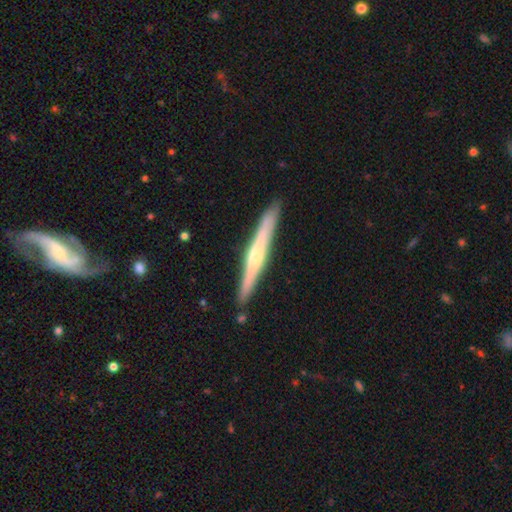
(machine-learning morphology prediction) This is likely a featured or disk galaxy (68%). It is clearly viewed edge-on (97%). Edge-on bulge: likely rounded (75%). Merging: clearly none (90%).